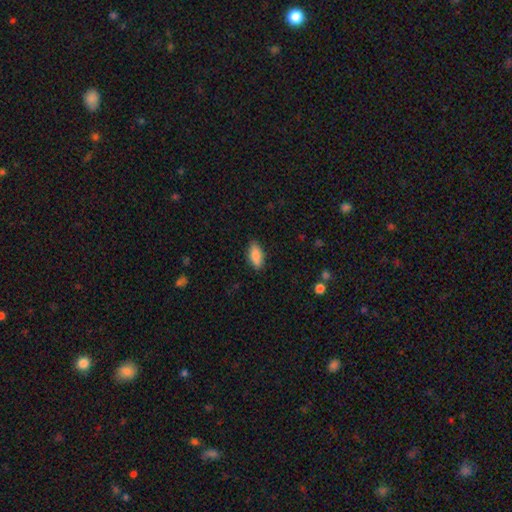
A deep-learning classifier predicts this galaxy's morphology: This appears to be a smooth galaxy with no disk features (84%) that is in between round and cigar-shaped (85%). Merging: none (85%).